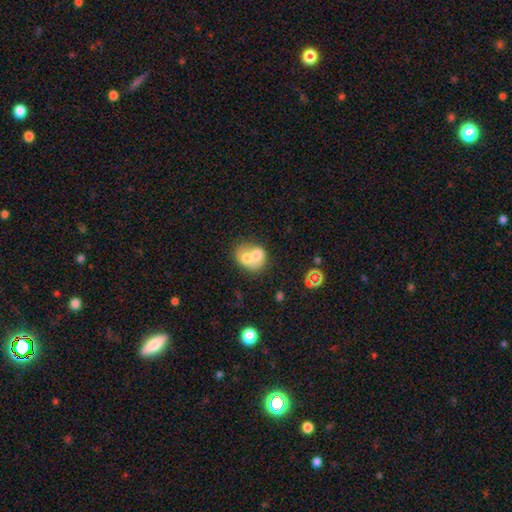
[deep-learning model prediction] A smooth galaxy with no disk features (64%) that is round (52%). Merging: merger (70%).